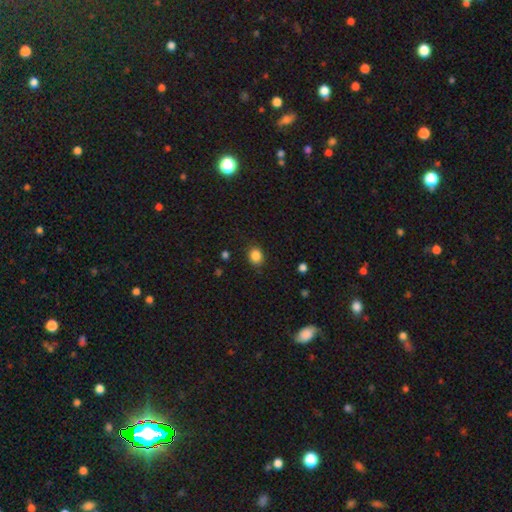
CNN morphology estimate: Smooth or featured? smooth (86%)
How rounded? round (63%)
Merging? none (86%)